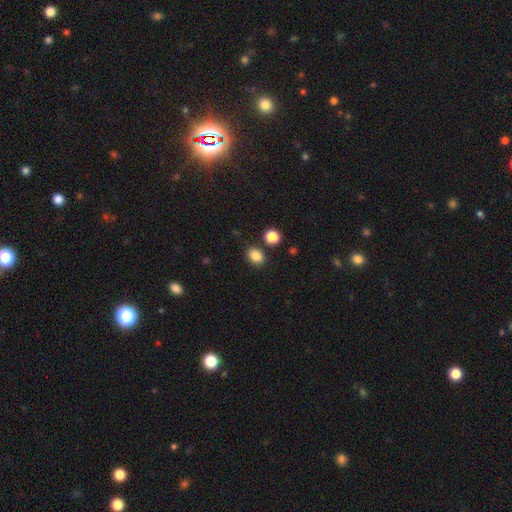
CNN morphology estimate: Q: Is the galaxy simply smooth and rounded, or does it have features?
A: smooth — 86%.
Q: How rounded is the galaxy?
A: in between — 61%.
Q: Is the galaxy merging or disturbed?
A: none — 79%.